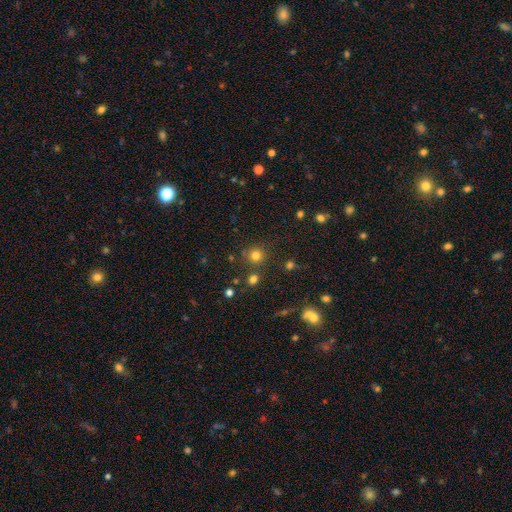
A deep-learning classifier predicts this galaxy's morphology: This is likely a smooth galaxy (76%). How rounded: clearly round (92%). Merging: clearly none (81%).